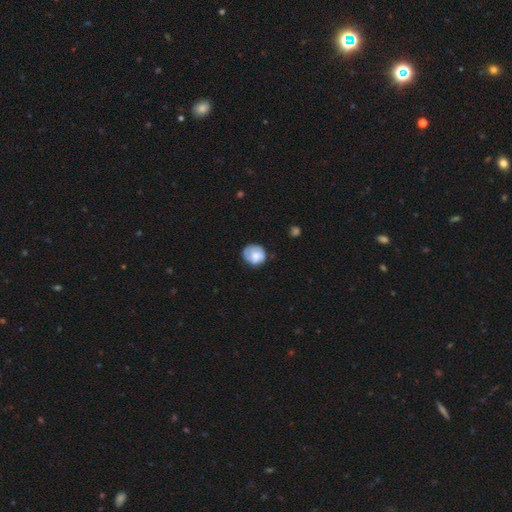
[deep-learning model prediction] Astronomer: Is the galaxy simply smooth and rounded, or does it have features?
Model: smooth — 65%.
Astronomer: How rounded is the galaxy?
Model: round — 80%.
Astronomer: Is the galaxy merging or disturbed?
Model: none — 61%.